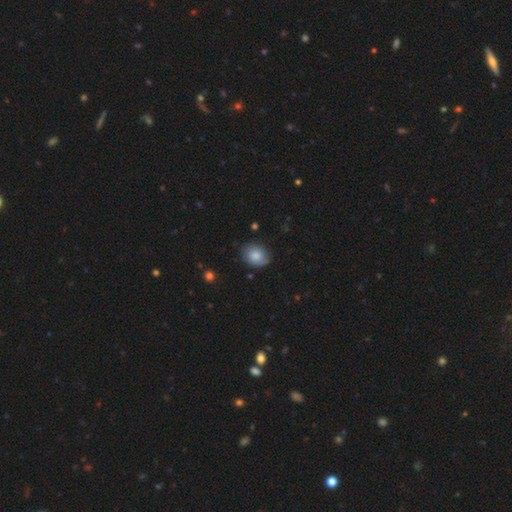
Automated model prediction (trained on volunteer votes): The model was most divided on "how rounded": round: 55%, in between: 44%, cigar-shaped: 1%. More confident: smooth or featured — smooth (75%); merging — none (72%).